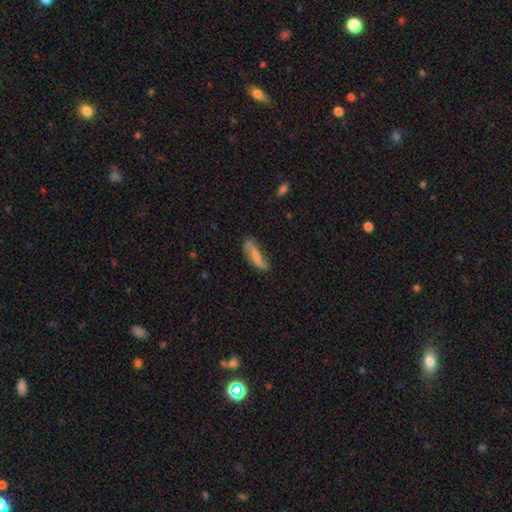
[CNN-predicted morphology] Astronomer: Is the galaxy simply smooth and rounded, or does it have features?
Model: smooth — 54% (runner-up: featured or disk, 39%).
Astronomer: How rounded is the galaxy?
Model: cigar-shaped — 63%.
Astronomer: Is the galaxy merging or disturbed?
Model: none — 61%.